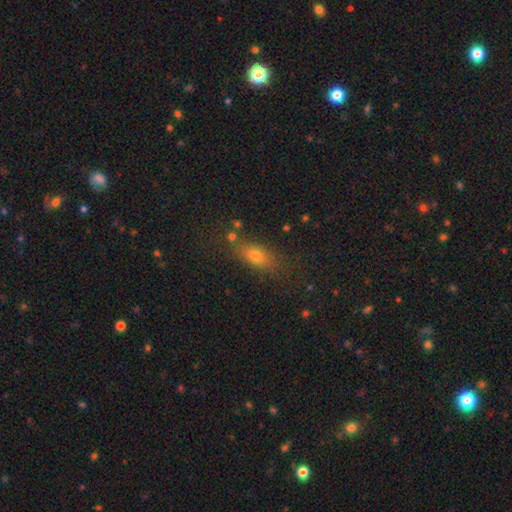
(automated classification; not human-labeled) This is likely a smooth galaxy (70%). How rounded: likely in between (70%). Merging: likely none (73%).